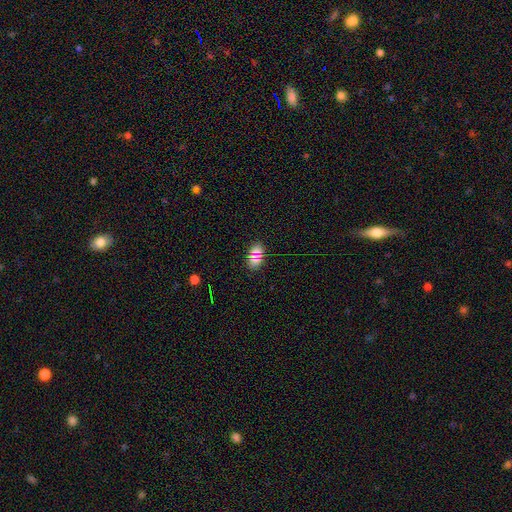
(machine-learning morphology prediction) Overall: smooth (70%). How rounded: in between (83%). Merging: none (87%).